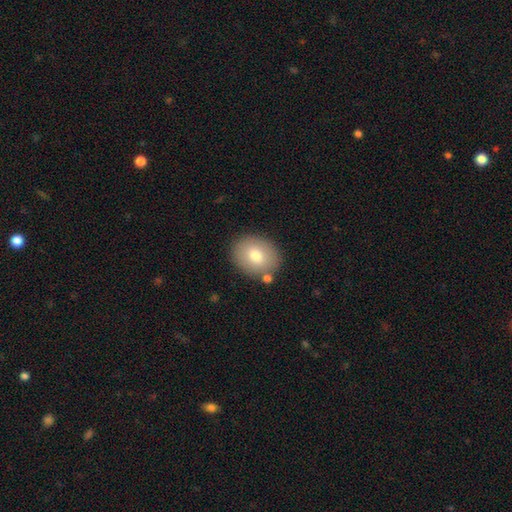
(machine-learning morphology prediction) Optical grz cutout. It shows a smooth galaxy with no disk features (76%) that is in between round and cigar-shaped (50%). Merging: none (81%).